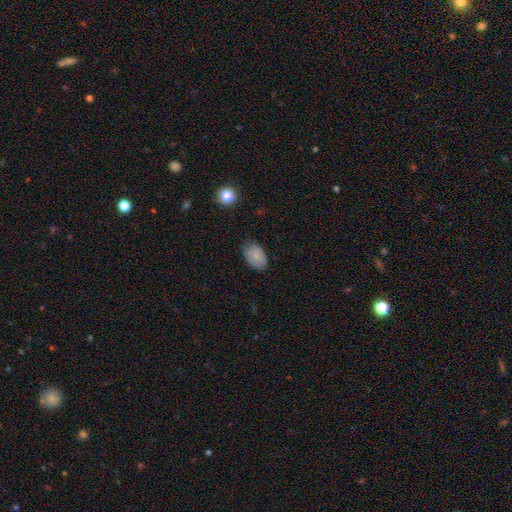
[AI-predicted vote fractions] The model was most divided on "merging": none: 72%, minor disturbance: 23%, major disturbance: 4%, merger: 1%. More confident: how rounded — in between (88%); smooth or featured — smooth (78%).